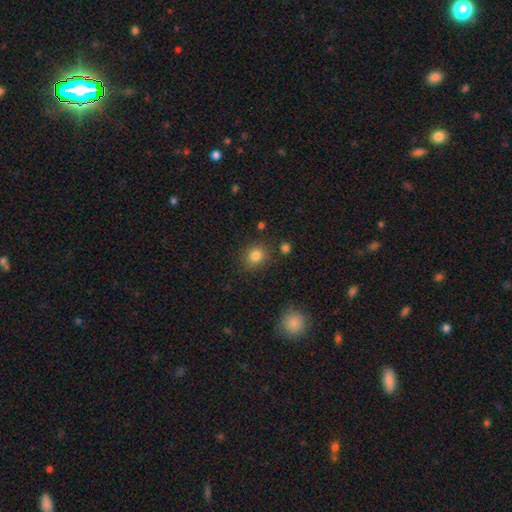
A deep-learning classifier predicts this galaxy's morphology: The model was most divided on "how rounded": round: 69%, in between: 30%, cigar-shaped: 1%. More confident: smooth or featured — smooth (82%); merging — none (82%).